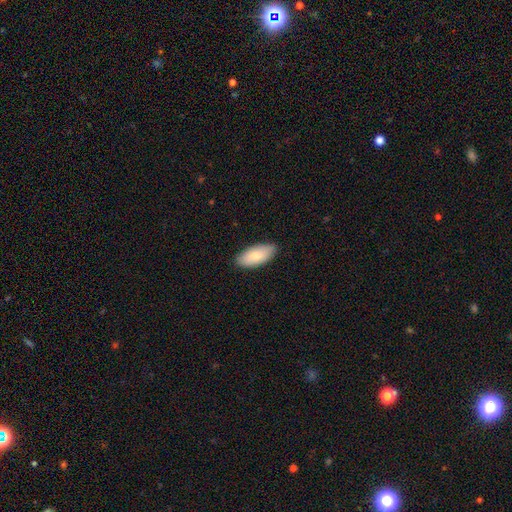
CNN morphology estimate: Smooth or featured: smooth — 80% (featured or disk — 15%)
How rounded: in between — 90% (cigar-shaped — 8%)
Merging: none — 86% (minor disturbance — 11%)